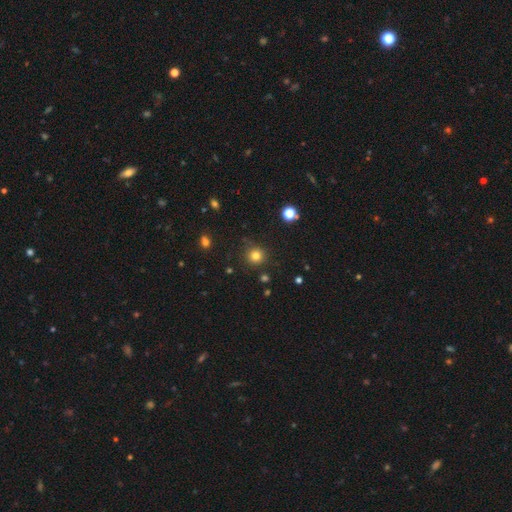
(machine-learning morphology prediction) This appears to be a smooth galaxy with no disk features (79%) that is round (94%). Merging: none (85%).